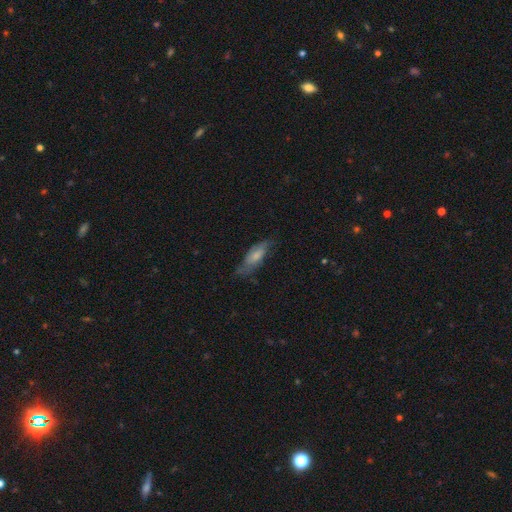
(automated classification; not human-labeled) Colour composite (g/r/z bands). It shows a smooth galaxy with no disk features (56%) that is in between round and cigar-shaped (68%). Merging: none (58%).